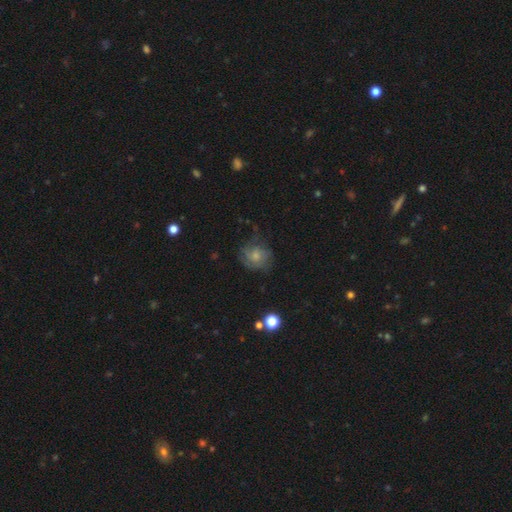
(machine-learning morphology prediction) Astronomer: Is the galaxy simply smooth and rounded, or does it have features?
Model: smooth — 55% (runner-up: featured or disk, 35%).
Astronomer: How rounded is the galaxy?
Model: round — 80%.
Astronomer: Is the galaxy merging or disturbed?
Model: none — 57%.